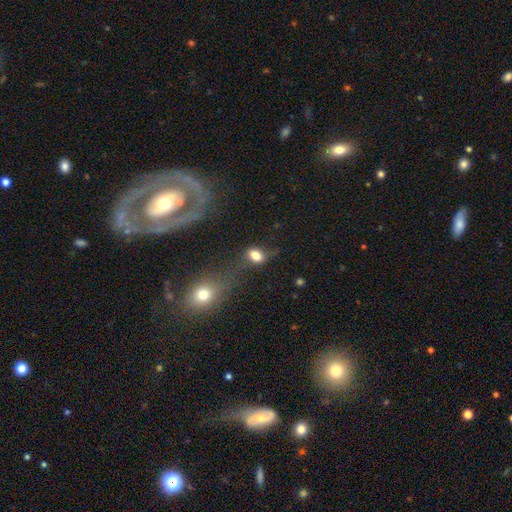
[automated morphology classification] smooth_or_featured: smooth (p=0.76) [alt: featured or disk p=0.14]
how_rounded: in between (p=0.73) [alt: round p=0.24]
merging: none (p=0.44) [alt: minor disturbance p=0.22]